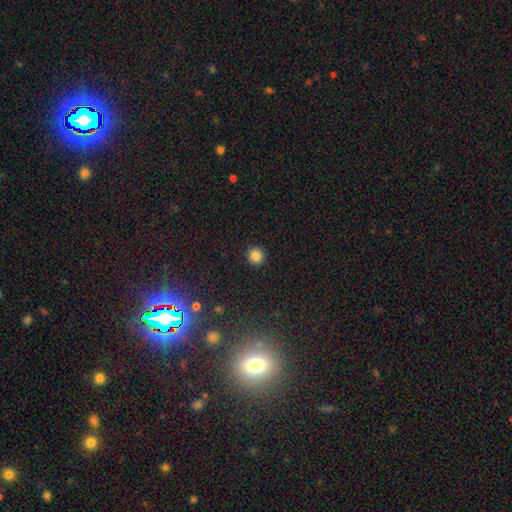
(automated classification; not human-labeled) Smooth or featured? Predicted: smooth (p=0.84). How rounded? Predicted: round (p=0.94). Merging? Predicted: none (p=0.93).